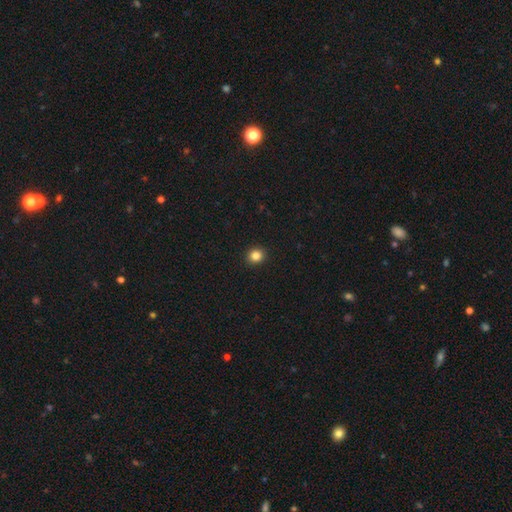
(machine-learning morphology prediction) smooth-or-featured: smooth: 84% | star or artifact: 12% | featured or disk: 4%
  how-rounded: round: 84% | in between: 15% | cigar-shaped: 1%
  merging: none: 93% | minor disturbance: 5% | major disturbance: 2% | merger: 1%